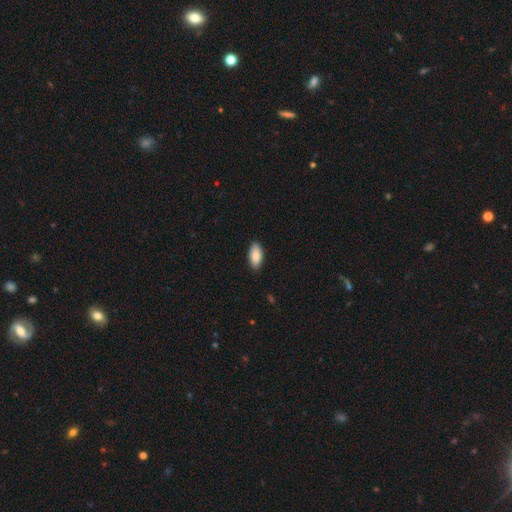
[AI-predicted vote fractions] A smooth galaxy with no disk features (87%) that is in between round and cigar-shaped (91%). Merging: none (88%).